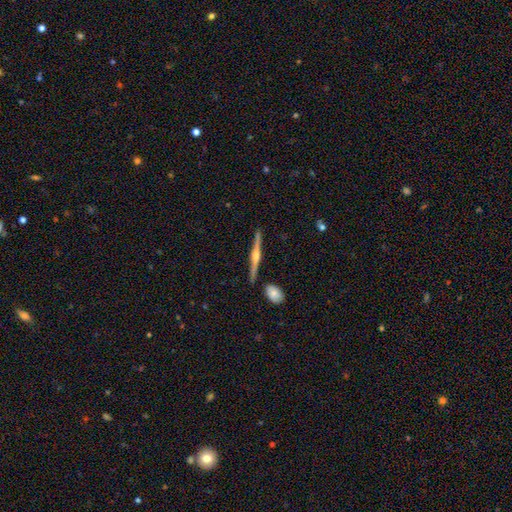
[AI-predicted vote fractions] smooth-or-featured: featured or disk: 78% | smooth: 16% | star or artifact: 6%
  disk-edge-on: yes: 98% | no: 2%
    edge-on-bulge: rounded: 87% | boxy: 8% | none: 5%
  merging: none: 89% | minor disturbance: 7% | merger: 3% | major disturbance: 2%